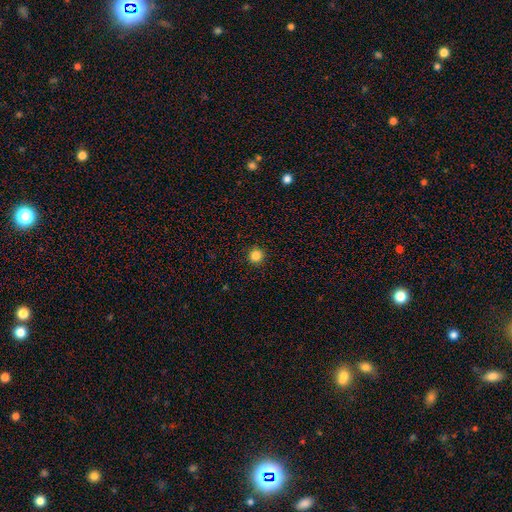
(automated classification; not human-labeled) Smooth or featured: smooth — 84% (star or artifact — 12%)
How rounded: round — 94% (in between — 5%)
Merging: none — 93% (minor disturbance — 5%)